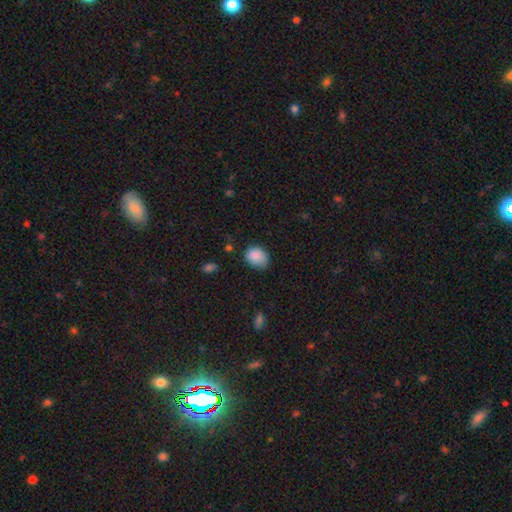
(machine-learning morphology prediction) Smooth or featured: smooth — 87% (star or artifact — 8%)
How rounded: in between — 51% (round — 48%)
Merging: none — 59% (minor disturbance — 32%)